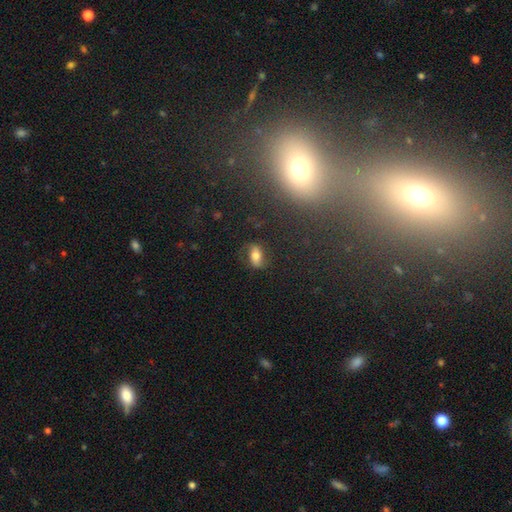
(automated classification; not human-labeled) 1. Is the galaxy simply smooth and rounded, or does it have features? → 49% smooth, 39% featured or disk, 12% star or artifact.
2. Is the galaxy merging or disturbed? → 73% none, 17% minor disturbance, 8% major disturbance, 2% merger.